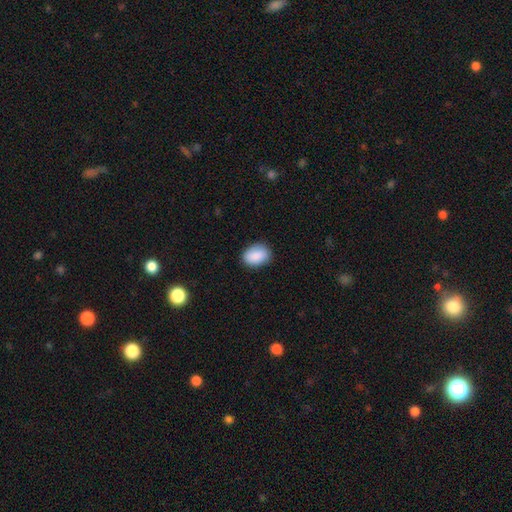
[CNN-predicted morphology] Smooth or featured? smooth (89%)
How rounded? in between (79%)
Merging? none (85%)